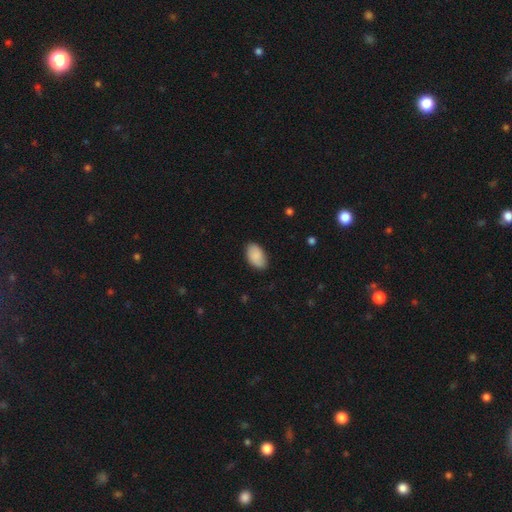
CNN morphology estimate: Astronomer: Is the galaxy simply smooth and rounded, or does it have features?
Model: smooth — 87%.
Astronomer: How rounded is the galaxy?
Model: in between — 94%.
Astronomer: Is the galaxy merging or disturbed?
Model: none — 80%.